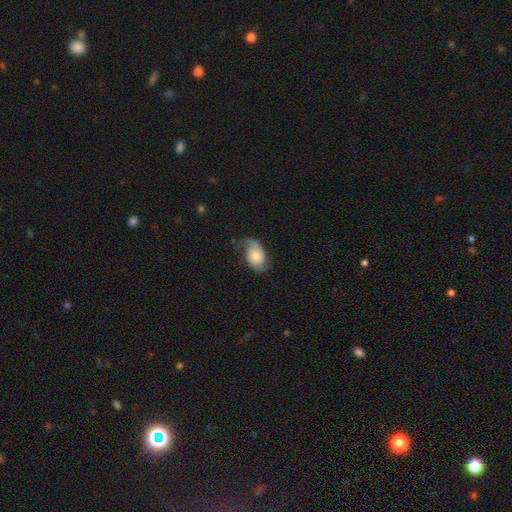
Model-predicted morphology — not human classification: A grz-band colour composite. It shows a featured or disk galaxy (52%) with no bar (75%), spiral arms (89%) and a moderate central bulge (38%). Merging: none (53%).